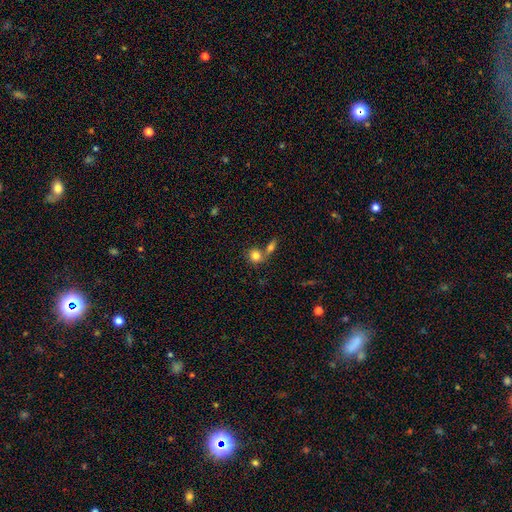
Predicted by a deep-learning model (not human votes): Q: Smooth or featured?
A: smooth (82%); runner-up: featured or disk (9%)
Q: How rounded?
A: round (75%); runner-up: in between (24%)
Q: Merging?
A: merger (47%); runner-up: none (41%)